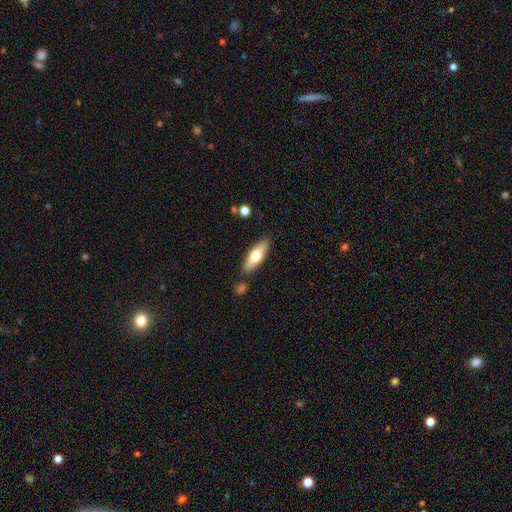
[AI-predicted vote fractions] A smooth galaxy with no disk features (60%) that is cigar-shaped (49%). Merging: none (84%).